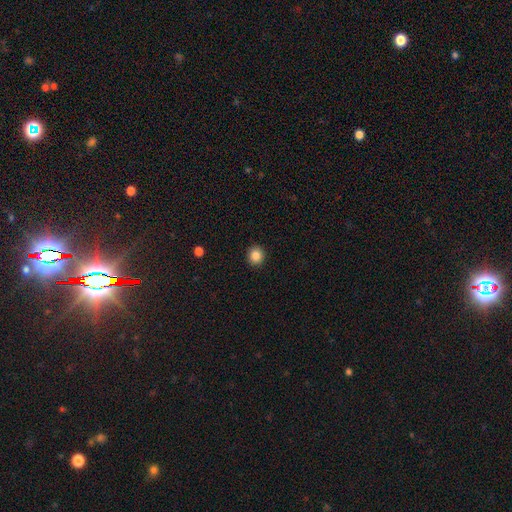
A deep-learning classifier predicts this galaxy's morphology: Smooth or featured: smooth — 86% (star or artifact — 10%)
How rounded: round — 90% (in between — 9%)
Merging: none — 93% (minor disturbance — 5%)